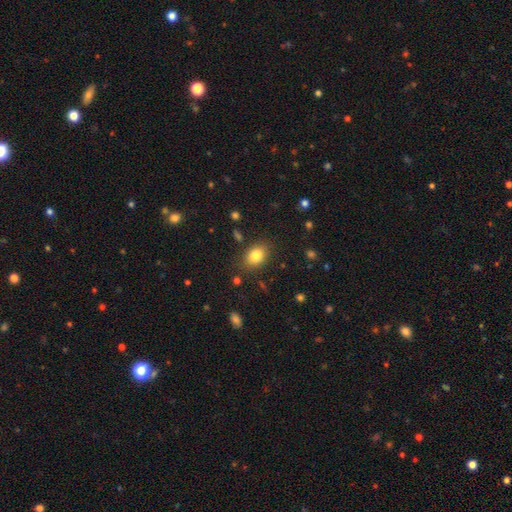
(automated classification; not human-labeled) Smooth or featured? smooth (82%)
How rounded? in between (70%)
Merging? none (83%)